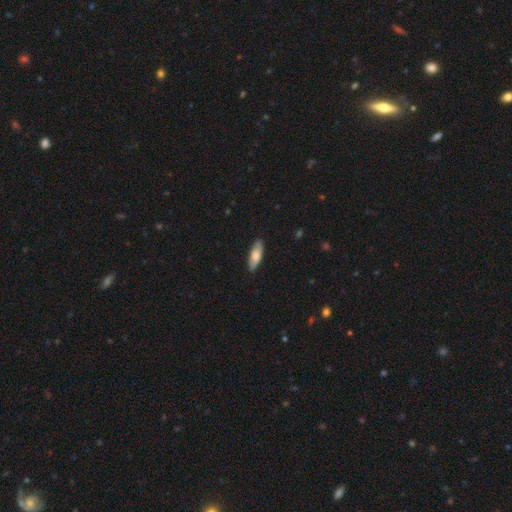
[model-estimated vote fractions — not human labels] The model was most divided on "how rounded": in between: 60%, cigar-shaped: 38%, round: 2%. More confident: merging — none (87%); smooth or featured — smooth (78%).